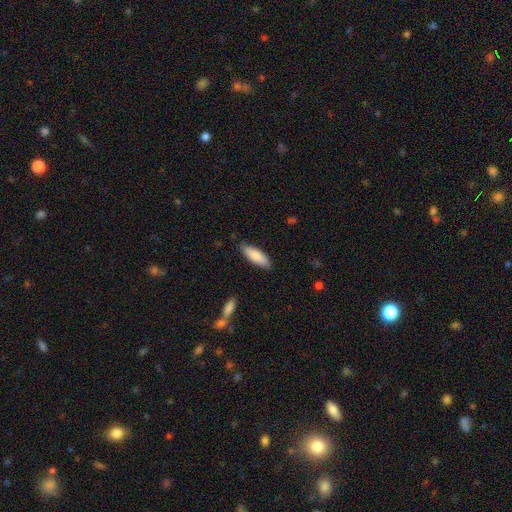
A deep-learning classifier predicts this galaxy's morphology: Smooth or featured? smooth (82%)
How rounded? in between (62%)
Merging? none (83%)